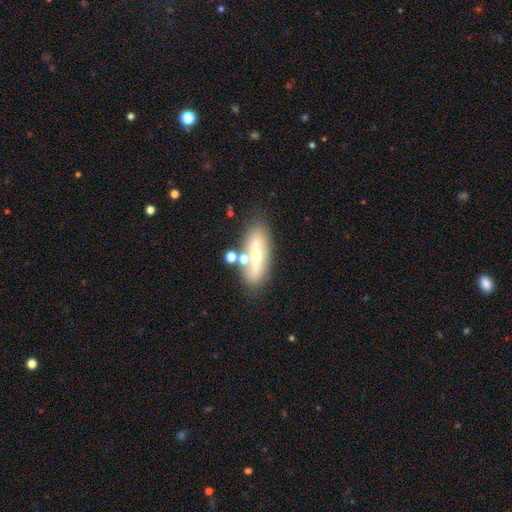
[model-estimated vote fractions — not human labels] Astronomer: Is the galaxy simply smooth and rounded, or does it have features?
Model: featured or disk — 60%.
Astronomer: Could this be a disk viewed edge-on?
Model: no — 56% (runner-up: yes, 44%).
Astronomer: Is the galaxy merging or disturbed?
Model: none — 70%.